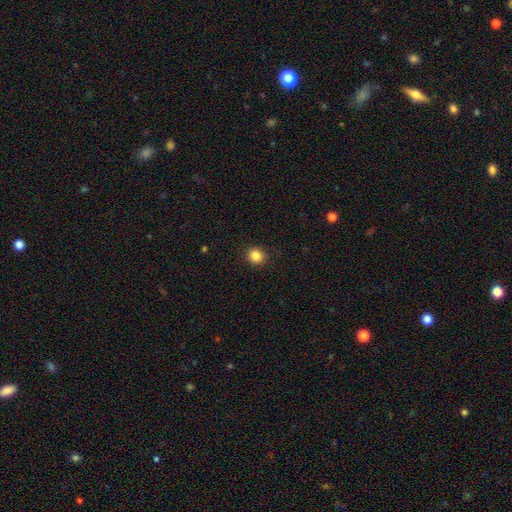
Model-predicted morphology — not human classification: Q: Smooth or featured?
A: smooth (85%); runner-up: star or artifact (11%)
Q: How rounded?
A: round (86%); runner-up: in between (13%)
Q: Merging?
A: none (91%); runner-up: minor disturbance (6%)